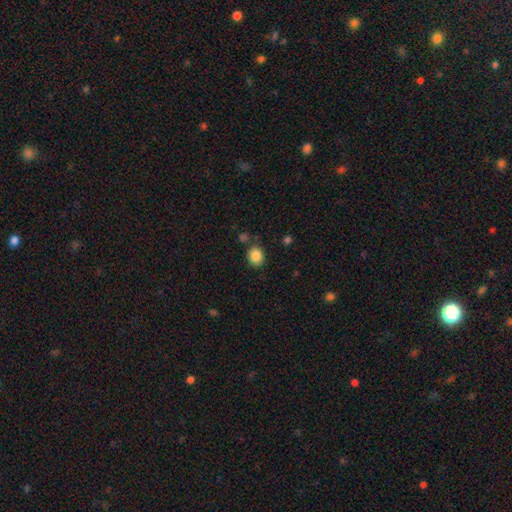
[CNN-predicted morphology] type=smooth (86%); roundness=round (60%); merging=none (79%).